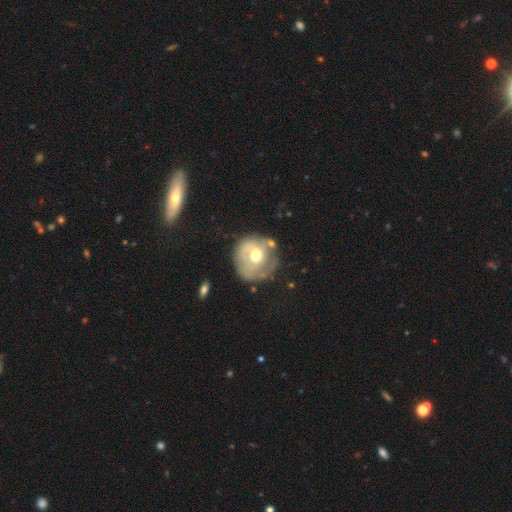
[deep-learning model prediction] Smooth or featured? featured or disk (52%)
Edge-on disk? no (96%)
Bar? no (76%)
Spiral arms? no (63%)
Bulge size? moderate (74%)
Merging? none (58%)